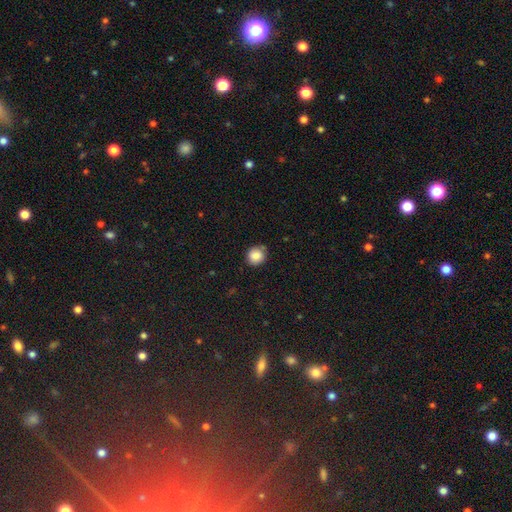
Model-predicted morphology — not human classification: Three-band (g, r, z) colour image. It shows a smooth galaxy with no disk features (86%) that is round (87%). Merging: none (80%).